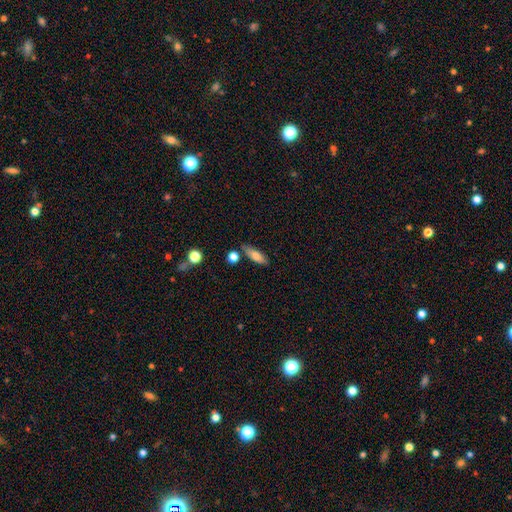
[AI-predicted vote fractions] Q: Smooth or featured?
A: smooth (71%); runner-up: featured or disk (22%)
Q: How rounded?
A: in between (55%); runner-up: cigar-shaped (42%)
Q: Merging?
A: none (76%); runner-up: minor disturbance (14%)